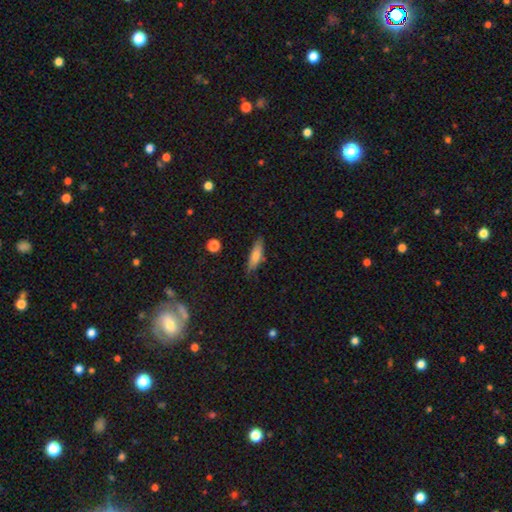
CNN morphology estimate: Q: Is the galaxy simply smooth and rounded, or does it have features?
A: smooth — 76%.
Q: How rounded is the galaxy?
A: cigar-shaped — 57%.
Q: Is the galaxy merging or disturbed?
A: none — 79%.